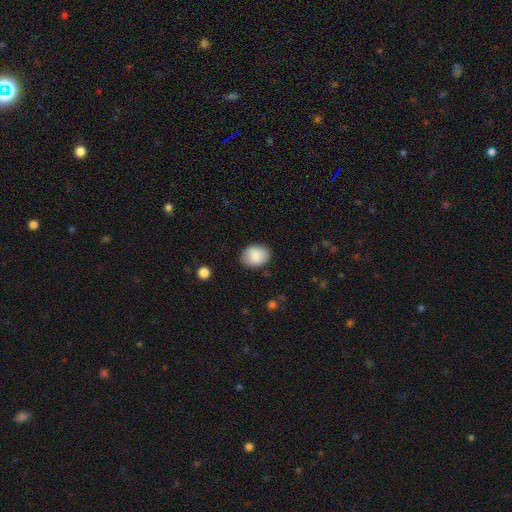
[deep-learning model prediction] Morphology: type=smooth (87%); roundness=in between (66%); merging=none (85%).